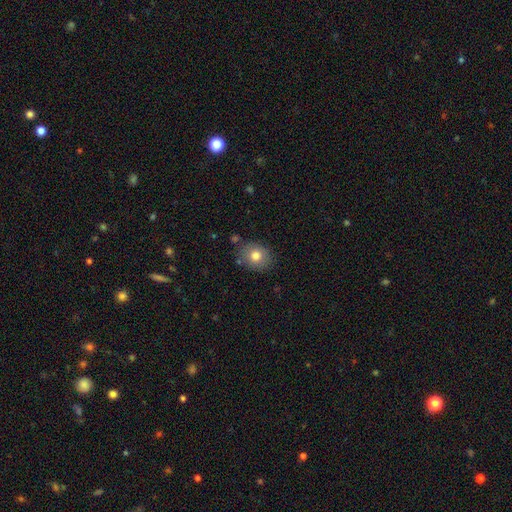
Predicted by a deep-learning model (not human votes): The model was most divided on "how rounded": round: 61%, in between: 38%, cigar-shaped: 1%. More confident: merging — none (81%); smooth or featured — smooth (78%).